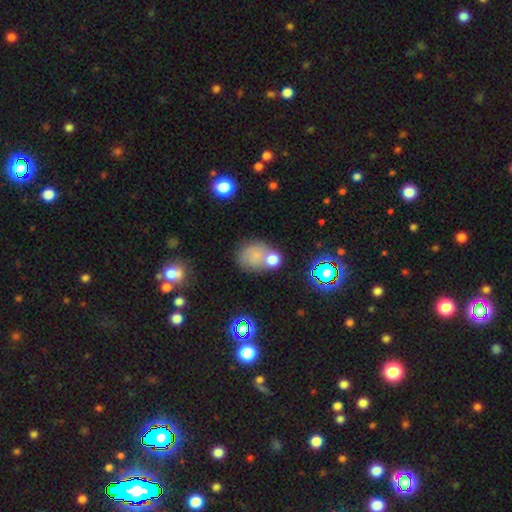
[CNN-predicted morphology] This is likely a smooth galaxy (63%). How rounded: possibly round (57%). Merging: marginally none (42%).